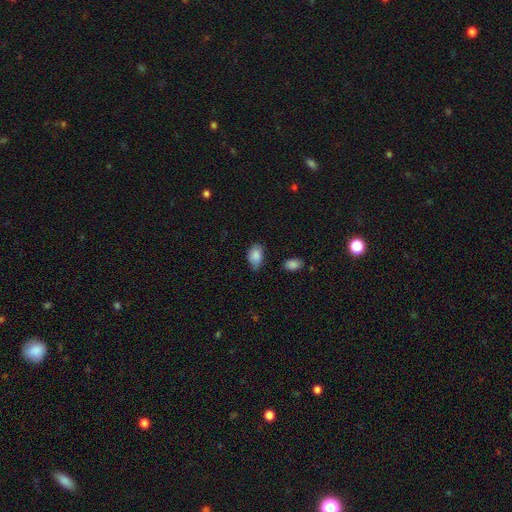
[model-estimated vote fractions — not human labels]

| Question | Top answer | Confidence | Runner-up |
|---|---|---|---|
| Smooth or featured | smooth | 86% | star or artifact (7%) |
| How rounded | in between | 88% | round (10%) |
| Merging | none | 64% | minor disturbance (28%) |